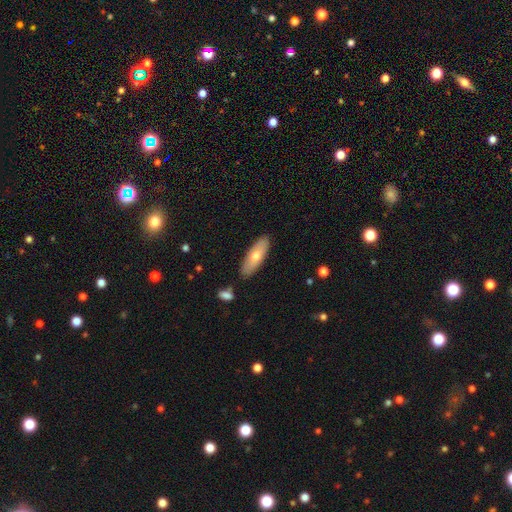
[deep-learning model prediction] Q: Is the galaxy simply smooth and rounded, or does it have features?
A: smooth — 66%.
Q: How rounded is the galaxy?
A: in between — 56%.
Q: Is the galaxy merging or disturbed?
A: none — 86%.